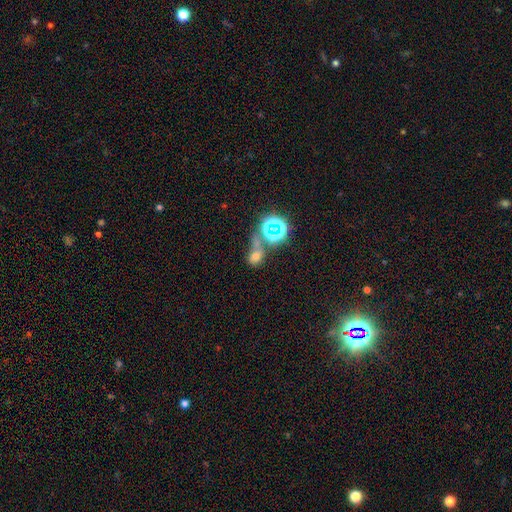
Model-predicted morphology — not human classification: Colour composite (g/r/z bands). It shows a smooth galaxy with no disk features (52%) that is round (51%). Merging: none (41%).